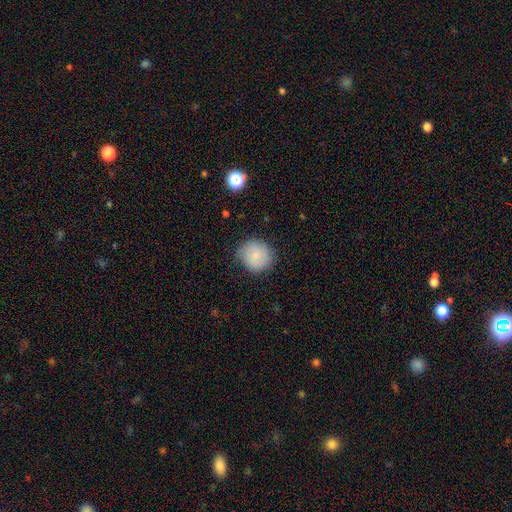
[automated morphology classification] Overall: smooth (83%). How rounded: round (87%). Merging: none (74%).